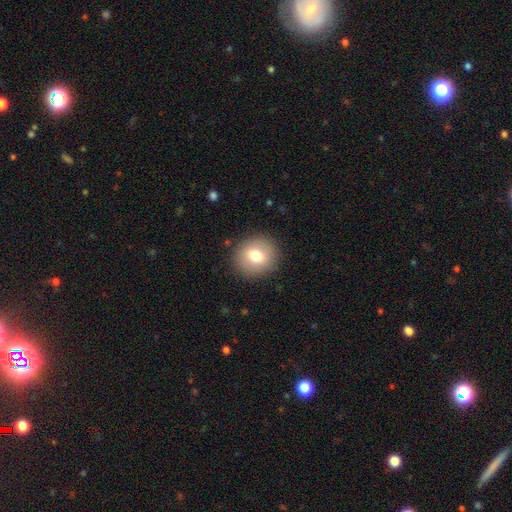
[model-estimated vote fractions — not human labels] Overall: smooth (75%). How rounded: round (87%). Merging: none (89%).